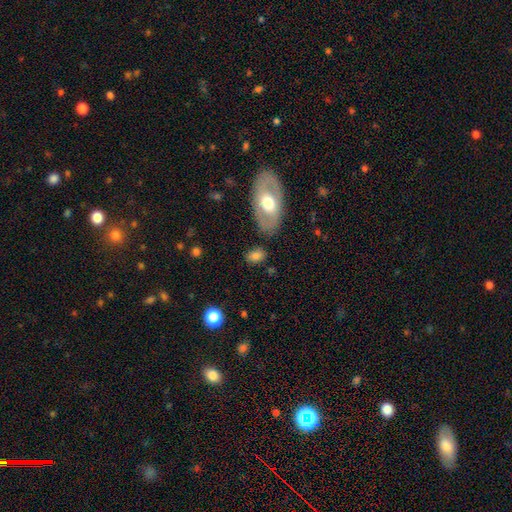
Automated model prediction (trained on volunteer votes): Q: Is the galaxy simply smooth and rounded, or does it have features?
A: smooth — 73%.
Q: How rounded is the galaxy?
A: in between — 80%.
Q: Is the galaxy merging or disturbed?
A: none — 75%.